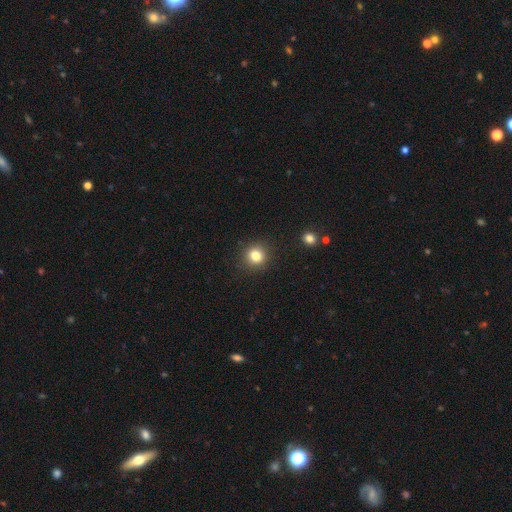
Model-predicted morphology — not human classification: Smooth or featured? smooth (82%)
How rounded? round (86%)
Merging? none (90%)